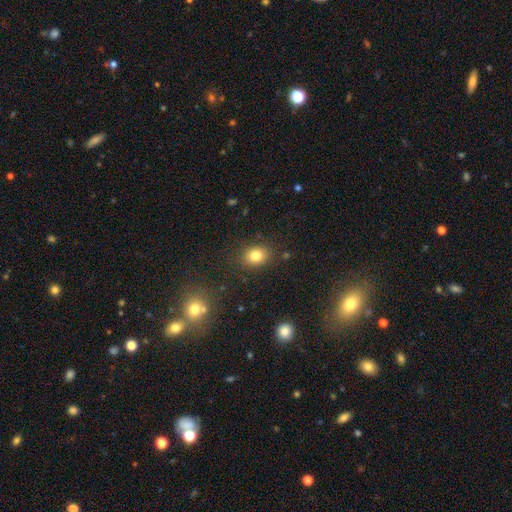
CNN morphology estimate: Q: Smooth or featured?
A: smooth (81%); runner-up: star or artifact (12%)
Q: How rounded?
A: round (50%); runner-up: in between (49%)
Q: Merging?
A: none (85%); runner-up: minor disturbance (10%)